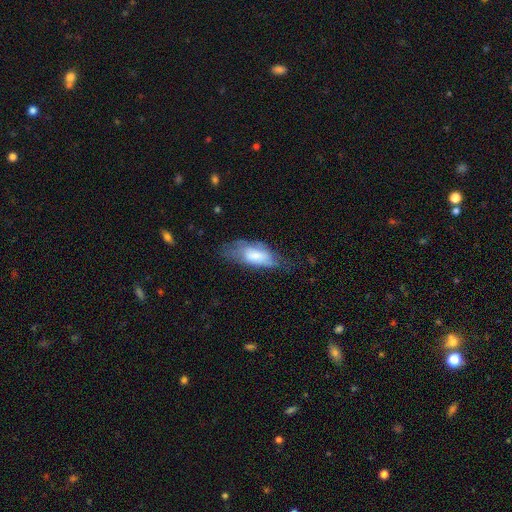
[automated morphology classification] Q: Smooth or featured?
A: smooth (64%); runner-up: featured or disk (28%)
Q: How rounded?
A: in between (84%); runner-up: cigar-shaped (13%)
Q: Merging?
A: none (41%); runner-up: minor disturbance (33%)